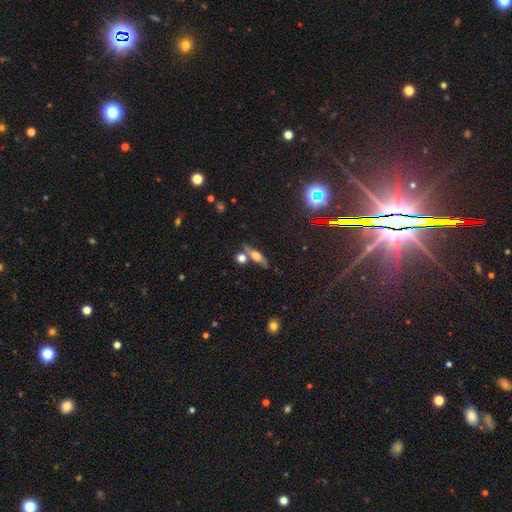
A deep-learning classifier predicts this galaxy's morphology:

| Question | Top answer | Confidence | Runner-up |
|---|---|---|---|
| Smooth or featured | smooth | 45% | featured or disk (41%) |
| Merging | none | 60% | merger (20%) |